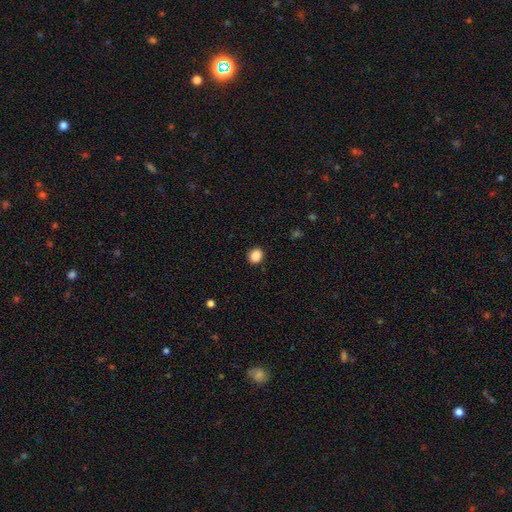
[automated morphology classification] Overall: smooth (89%). How rounded: round (72%). Merging: none (90%).